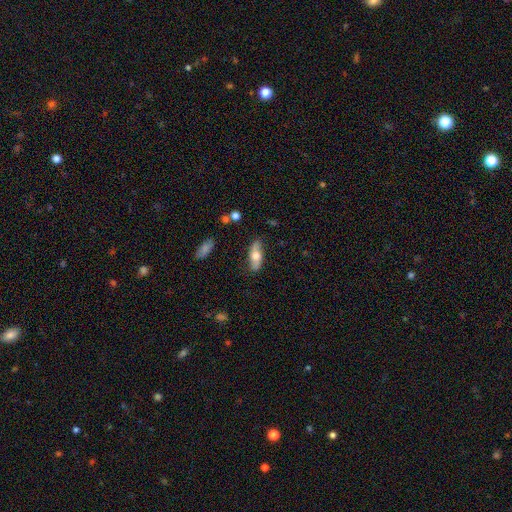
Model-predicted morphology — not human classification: This appears to be a smooth galaxy with no disk features (55%) that is in between round and cigar-shaped (72%). Merging: none (79%).